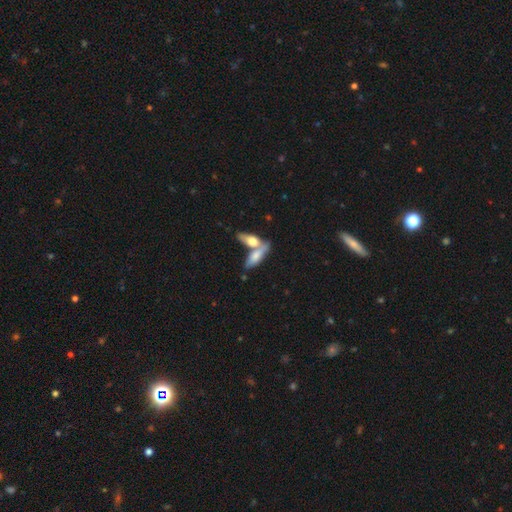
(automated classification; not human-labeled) Smooth or featured? Predicted: smooth (p=0.65). How rounded? Predicted: in between (p=0.62). Merging? Predicted: merger (p=0.52).